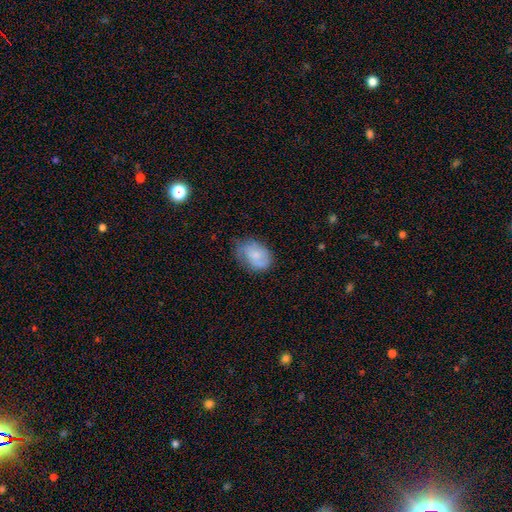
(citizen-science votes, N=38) Smooth or featured?
  - featured or disk: 50% *
  - smooth: 47%
  - star or artifact: 3%
Edge-on disk?
  - no: 95% *
  - yes: 5%
Bar?
  - no: 61% *
  - weak: 39%
  - strong: 0%
Spiral arms?
  - yes: 56% *
  - no: 44%
Spiral winding?
  - medium: 60% *
  - tight: 20%
  - loose: 20%
Spiral arm count?
  - 2: 60% *
  - 1: 20%
  - can't tell: 20%
  - 3: 0%
  - 4: 0%
  - more than 4: 0%
Bulge size?
  - small: 50% *
  - moderate: 39%
  - large: 6%
  - none: 6%
  - dominant: 0%
Merging?
  - none: 62% *
  - minor disturbance: 32%
  - major disturbance: 5%
  - merger: 0%